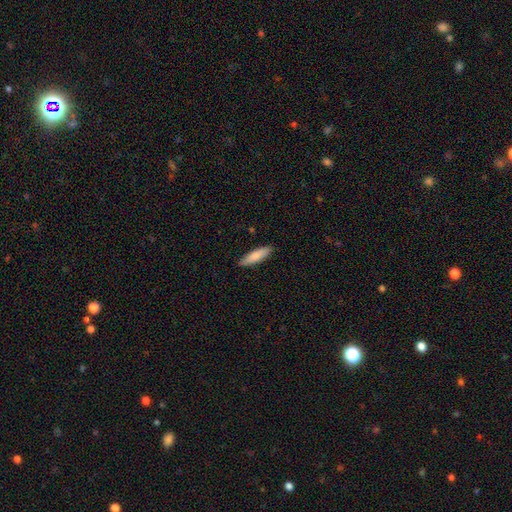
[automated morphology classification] Q: Smooth or featured?
A: smooth (82%); runner-up: featured or disk (13%)
Q: How rounded?
A: cigar-shaped (66%); runner-up: in between (32%)
Q: Merging?
A: none (89%); runner-up: minor disturbance (9%)